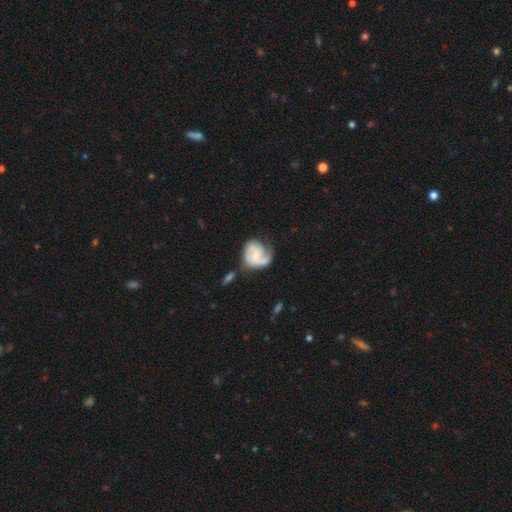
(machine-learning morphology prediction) Smooth or featured: featured or disk — 78% (smooth — 17%)
Edge-on disk: no — 98% (yes — 2%)
Bar: no — 61% (weak — 33%)
Spiral arms: yes — 94% (no — 6%)
Spiral winding: medium — 42% (tight — 39%)
Spiral arm count: 2 — 50% (1 — 25%)
Bulge size: small — 49% (moderate — 23%)
Merging: none — 47% (minor disturbance — 25%)